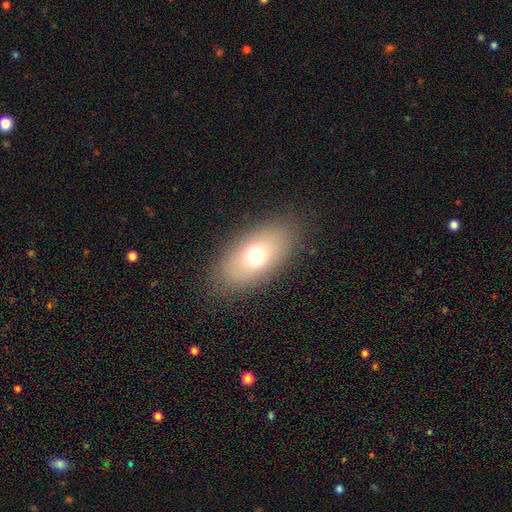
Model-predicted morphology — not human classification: The model was most divided on "smooth or featured": smooth: 68%, featured or disk: 21%, star or artifact: 12%. More confident: how rounded — in between (88%); merging — none (84%).